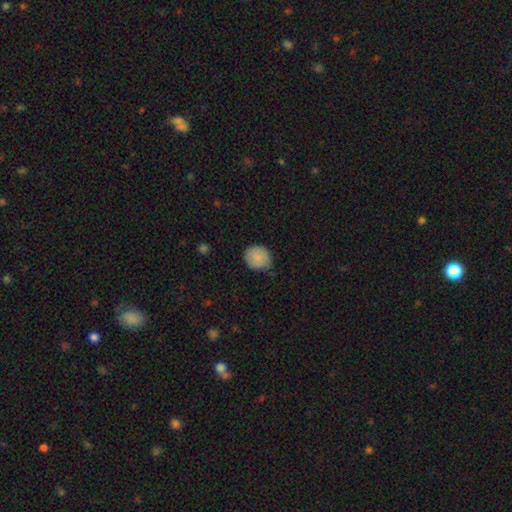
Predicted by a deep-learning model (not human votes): A smooth galaxy with no disk features (84%) that is round (78%).

Vote fractions:
- Smooth or featured? smooth: 84% / featured or disk: 9% / star or artifact: 7%
- How rounded? round: 78% / in between: 21% / cigar-shaped: 1%
- Merging? none: 69% / minor disturbance: 26% / major disturbance: 4% / merger: 1%